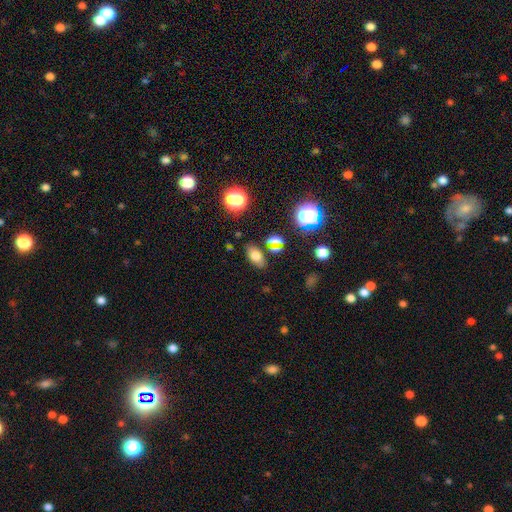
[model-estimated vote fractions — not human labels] Smooth or featured: smooth — 72% (featured or disk — 15%)
How rounded: in between — 85% (round — 11%)
Merging: none — 79% (minor disturbance — 11%)